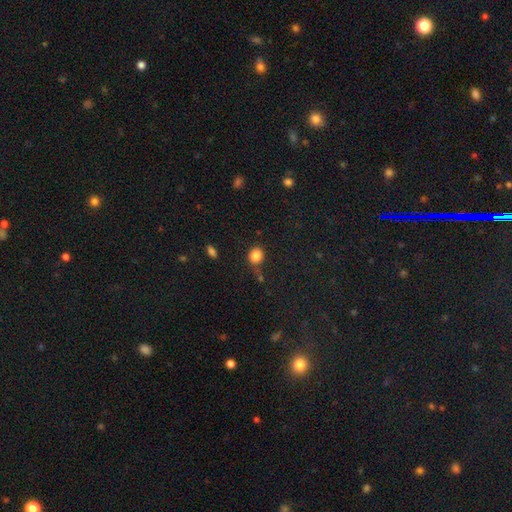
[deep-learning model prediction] Smooth or featured?
  - smooth: 84% *
  - star or artifact: 11%
  - featured or disk: 5%
How rounded?
  - round: 70% *
  - in between: 29%
  - cigar-shaped: 1%
Merging?
  - none: 70% *
  - minor disturbance: 17%
  - merger: 8%
  - major disturbance: 5%